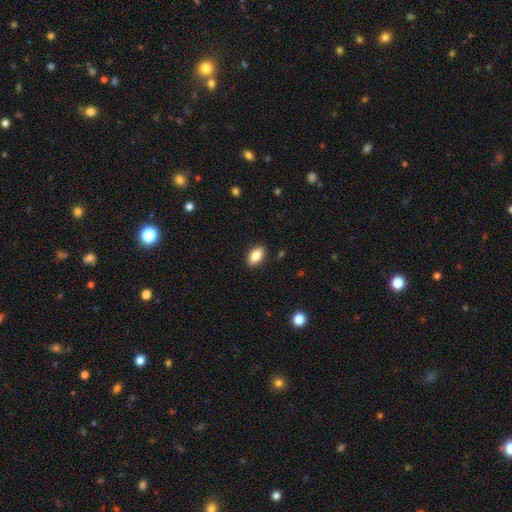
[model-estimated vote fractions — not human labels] Smooth or featured? smooth (85%)
How rounded? in between (91%)
Merging? none (89%)